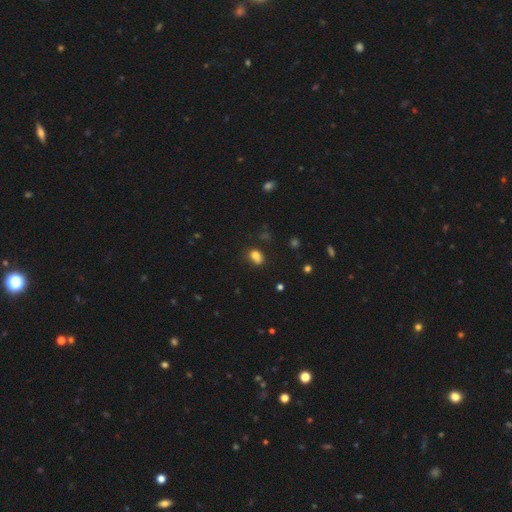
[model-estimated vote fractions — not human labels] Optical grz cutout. It shows a smooth galaxy with no disk features (77%) that is in between round and cigar-shaped (60%). Merging: none (48%).